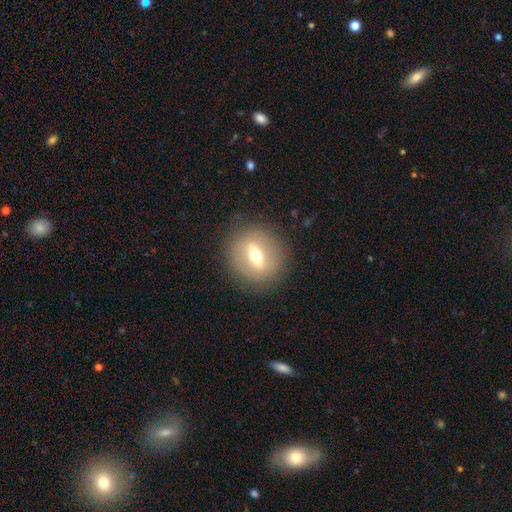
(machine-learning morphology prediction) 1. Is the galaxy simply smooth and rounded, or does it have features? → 54% featured or disk, 37% smooth, 9% star or artifact.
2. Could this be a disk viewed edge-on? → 60% no, 40% yes.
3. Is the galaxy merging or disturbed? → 85% none, 9% minor disturbance, 4% major disturbance, 1% merger.